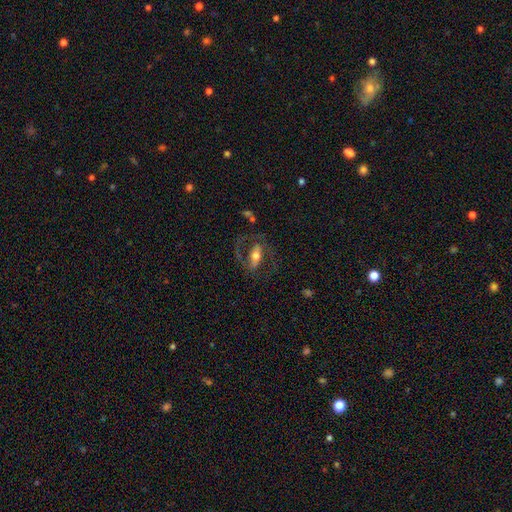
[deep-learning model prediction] Smooth or featured? Predicted: featured or disk (p=0.65). Edge-on disk? Predicted: no (p=0.90). Bar? Predicted: strong (p=0.43). Spiral arms? Predicted: yes (p=0.71). Bulge size? Predicted: moderate (p=0.64). Merging? Predicted: none (p=0.60).